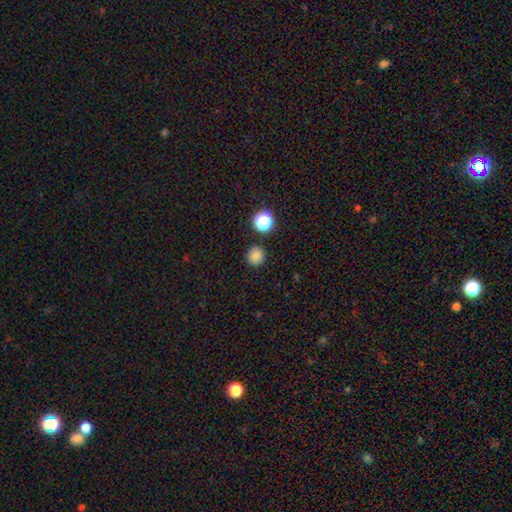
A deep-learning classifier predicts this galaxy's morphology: type=smooth (83%); roundness=round (94%); merging=none (90%).